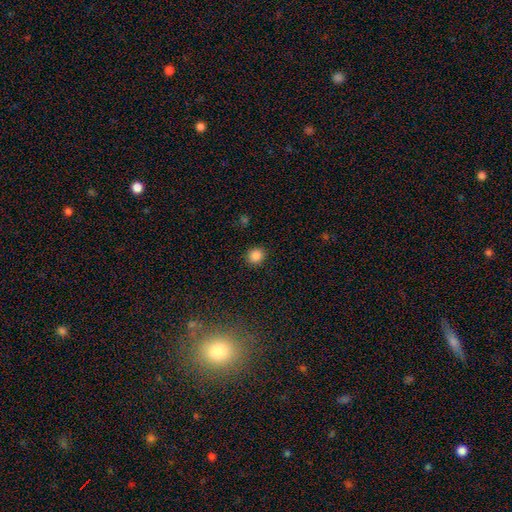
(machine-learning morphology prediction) smooth_or_featured: smooth (p=0.86) [alt: star or artifact p=0.11]
how_rounded: round (p=0.83) [alt: in between p=0.16]
merging: none (p=0.89) [alt: minor disturbance p=0.07]